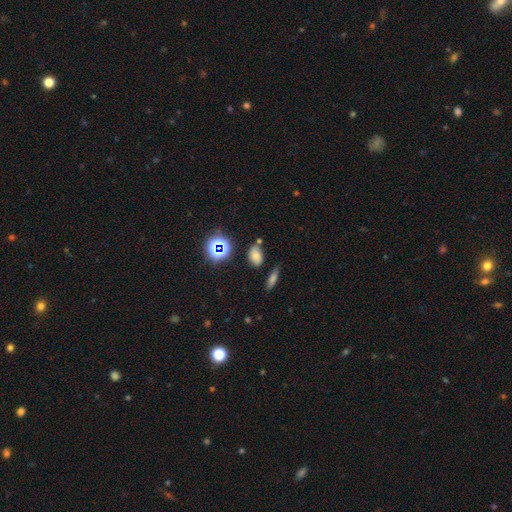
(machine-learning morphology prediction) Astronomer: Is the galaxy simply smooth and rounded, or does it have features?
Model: smooth — 68%.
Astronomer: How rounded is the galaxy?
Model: in between — 80%.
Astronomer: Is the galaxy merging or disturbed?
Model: none — 66%.